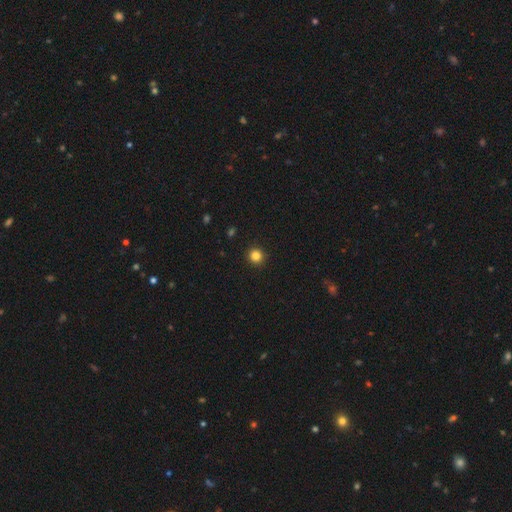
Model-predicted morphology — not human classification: smooth 85%, star or artifact 12%, featured or disk 4%. Down the decision tree: how rounded — round (94%); merging — none (92%).